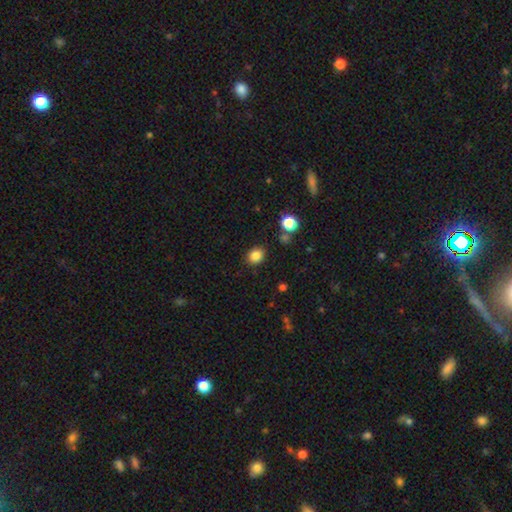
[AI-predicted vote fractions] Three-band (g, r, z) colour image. It shows a smooth galaxy with no disk features (84%) that is round (64%). Merging: none (86%).